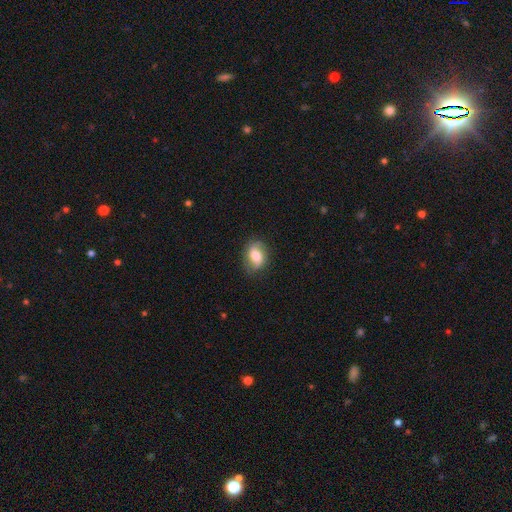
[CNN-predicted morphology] This is likely a smooth galaxy (63%). How rounded: likely in between (74%). Merging: likely none (77%).